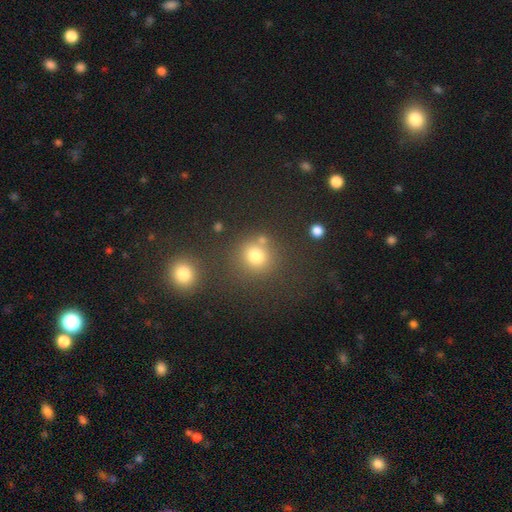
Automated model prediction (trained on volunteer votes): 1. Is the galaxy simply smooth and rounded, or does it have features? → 76% smooth, 16% star or artifact, 7% featured or disk.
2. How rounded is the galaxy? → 88% round, 11% in between, 1% cigar-shaped.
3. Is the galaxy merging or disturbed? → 70% none, 15% merger, 10% minor disturbance, 5% major disturbance.